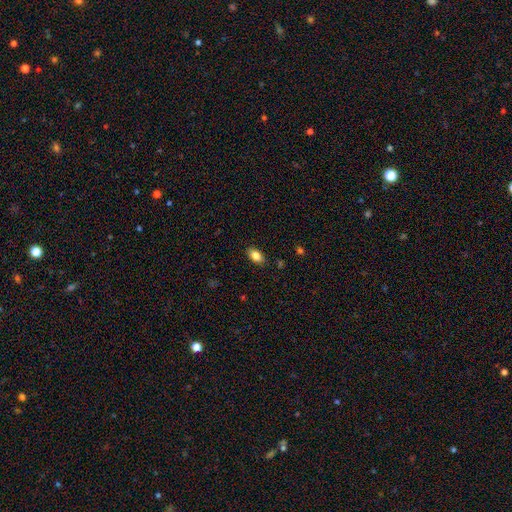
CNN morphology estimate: This is clearly a smooth galaxy (84%). How rounded: clearly in between (90%). Merging: clearly none (87%).